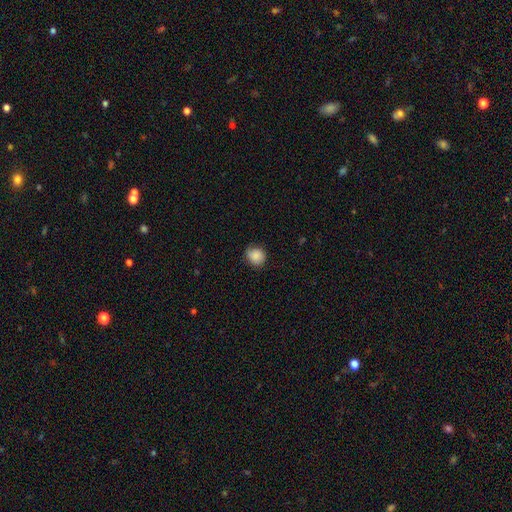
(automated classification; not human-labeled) Morphology: type=smooth (83%); roundness=round (78%); merging=none (70%).